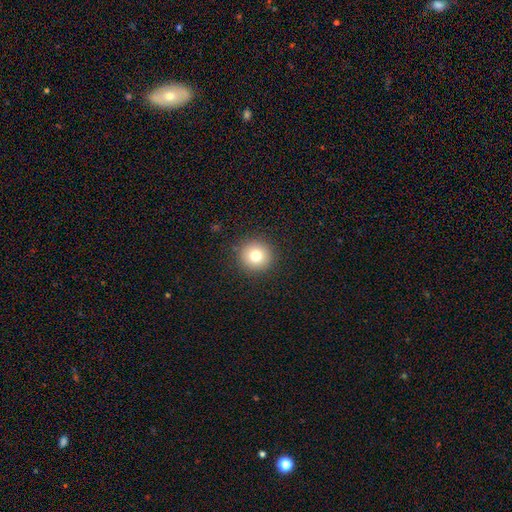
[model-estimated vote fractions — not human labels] Q: Smooth or featured?
A: smooth (77%); runner-up: star or artifact (13%)
Q: How rounded?
A: round (94%); runner-up: in between (5%)
Q: Merging?
A: none (91%); runner-up: minor disturbance (5%)